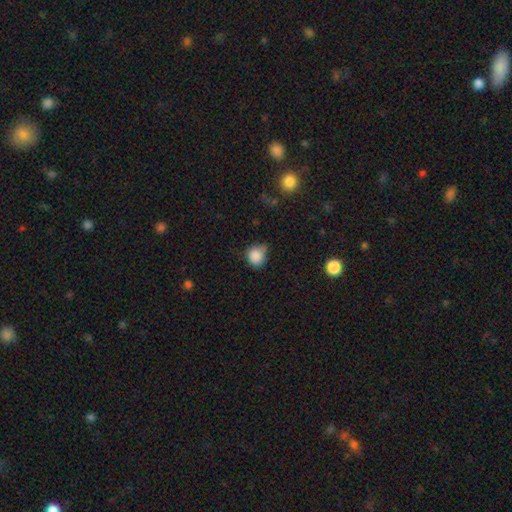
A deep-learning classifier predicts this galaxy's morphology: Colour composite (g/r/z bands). It shows a smooth galaxy with no disk features (86%) that is round (81%). Merging: none (52%).